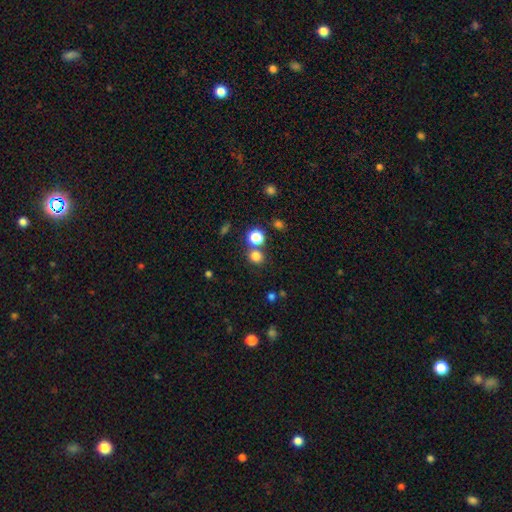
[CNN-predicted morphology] Smooth or featured? Predicted: smooth (p=0.76). How rounded? Predicted: round (p=0.87). Merging? Predicted: none (p=0.70).